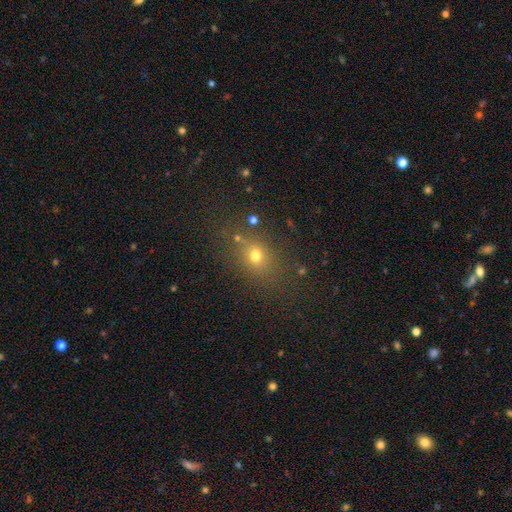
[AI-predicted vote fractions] Smooth or featured? Predicted: smooth (p=0.66). How rounded? Predicted: round (p=0.53). Merging? Predicted: none (p=0.77).